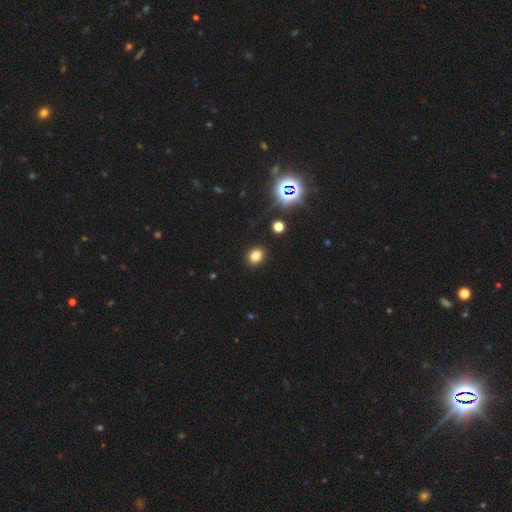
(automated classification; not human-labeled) This is likely a smooth galaxy (79%). How rounded: possibly round (58%). Merging: clearly none (90%).